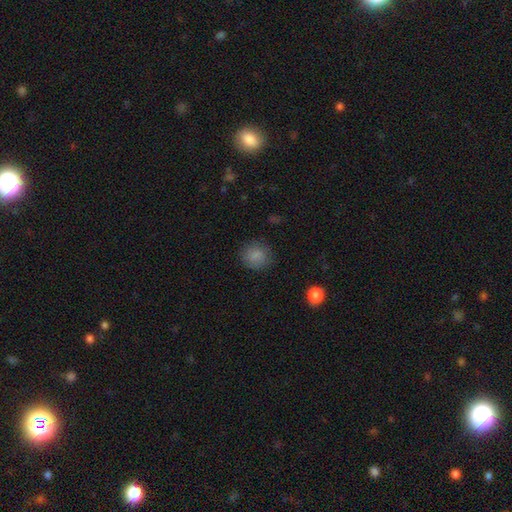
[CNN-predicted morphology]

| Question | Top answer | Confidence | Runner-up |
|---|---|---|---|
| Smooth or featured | smooth | 83% | star or artifact (9%) |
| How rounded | round | 86% | in between (13%) |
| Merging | none | 83% | minor disturbance (12%) |